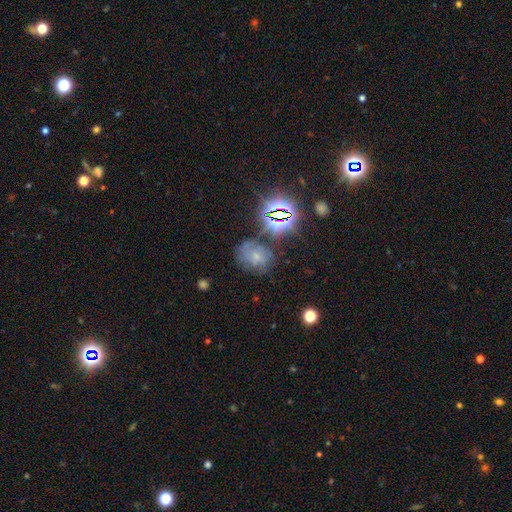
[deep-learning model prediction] smooth 35%, star or artifact 33%, featured or disk 32%. Down the decision tree: merging — none (57%).